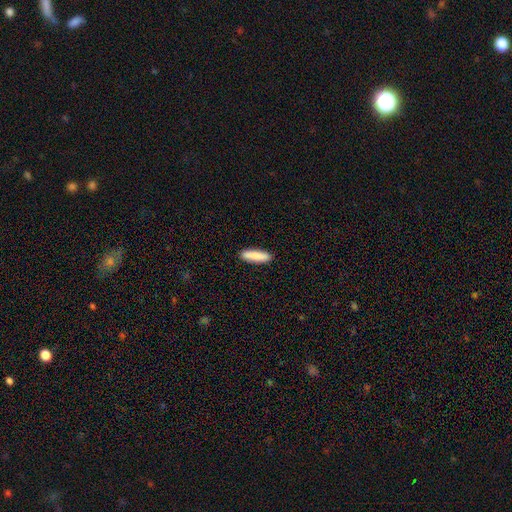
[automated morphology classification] Smooth or featured: smooth — 88% (featured or disk — 7%)
How rounded: cigar-shaped — 74% (in between — 24%)
Merging: none — 91% (minor disturbance — 7%)